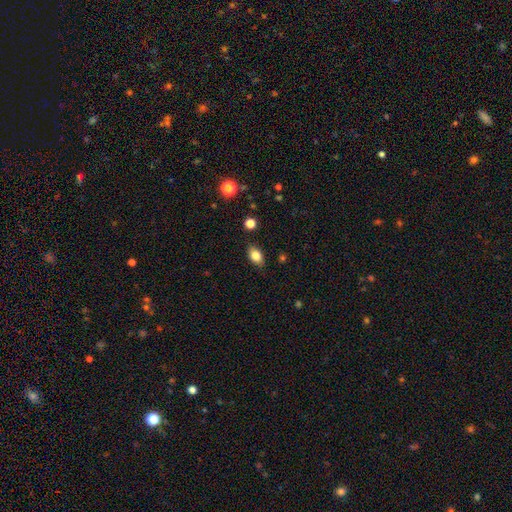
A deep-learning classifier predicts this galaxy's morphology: Smooth or featured? Predicted: smooth (p=0.82). How rounded? Predicted: in between (p=0.83). Merging? Predicted: none (p=0.85).